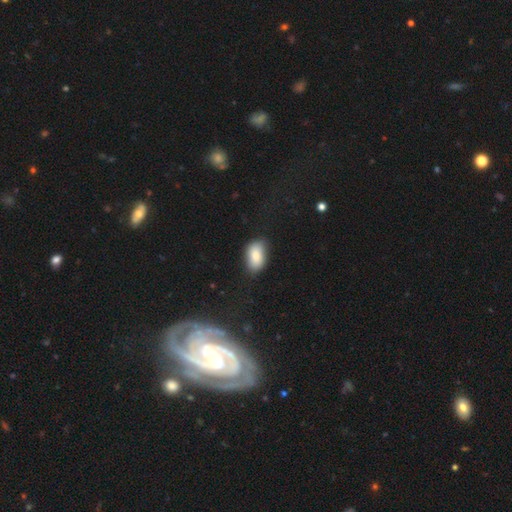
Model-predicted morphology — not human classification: Smooth or featured? Predicted: smooth (p=0.84). How rounded? Predicted: in between (p=0.90). Merging? Predicted: none (p=0.76).